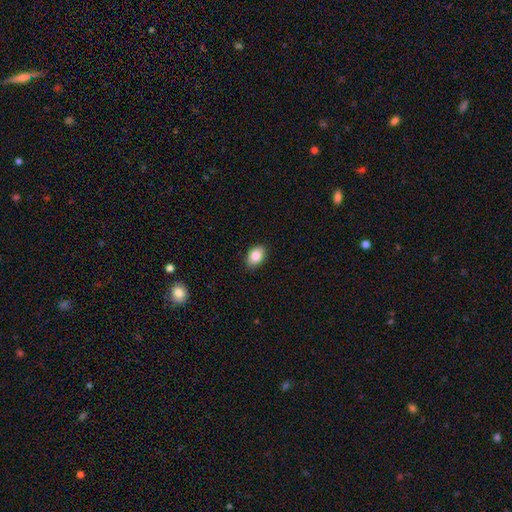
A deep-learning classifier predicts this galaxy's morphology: Smooth or featured: smooth — 87% (star or artifact — 8%)
How rounded: in between — 85% (round — 14%)
Merging: none — 88% (minor disturbance — 9%)